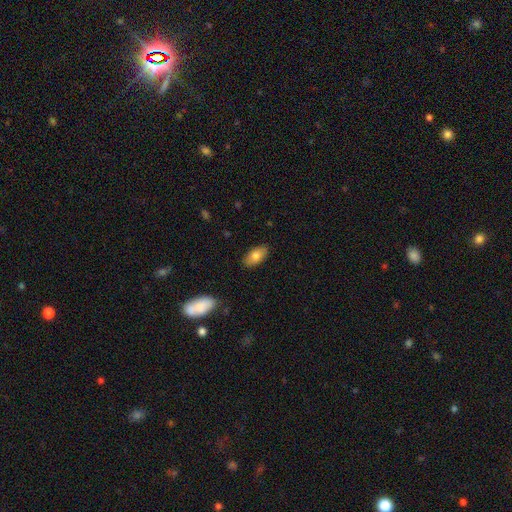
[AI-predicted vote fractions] Smooth or featured: smooth — 80% (featured or disk — 13%)
How rounded: in between — 92% (cigar-shaped — 5%)
Merging: none — 87% (minor disturbance — 10%)